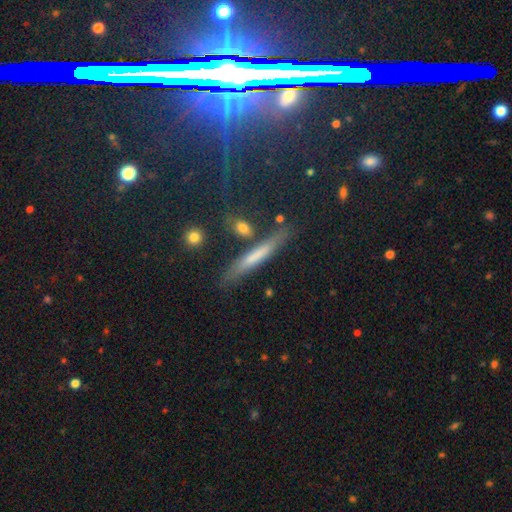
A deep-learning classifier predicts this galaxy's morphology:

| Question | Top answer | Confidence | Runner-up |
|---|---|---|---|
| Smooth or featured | smooth | 58% | featured or disk (31%) |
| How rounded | cigar-shaped | 91% | in between (6%) |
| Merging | none | 77% | minor disturbance (13%) |